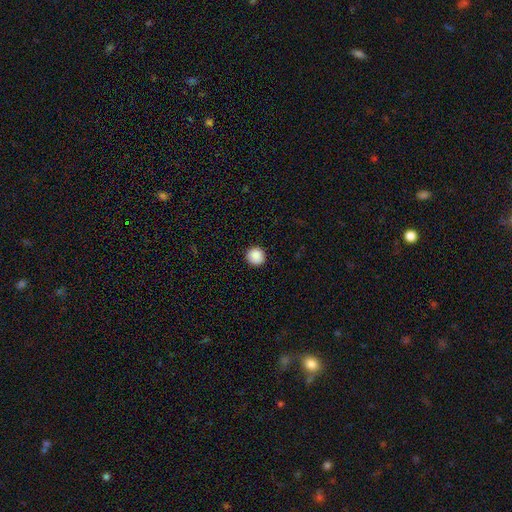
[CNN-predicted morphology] Smooth or featured? smooth (89%)
How rounded? round (95%)
Merging? none (92%)